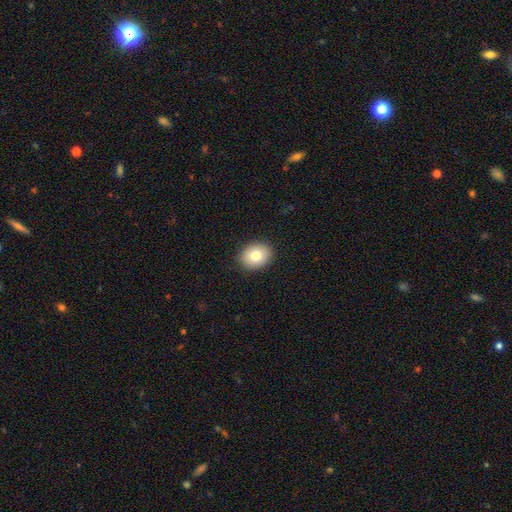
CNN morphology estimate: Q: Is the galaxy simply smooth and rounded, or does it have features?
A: smooth — 79%.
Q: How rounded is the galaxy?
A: in between — 50%.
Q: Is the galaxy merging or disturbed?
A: none — 89%.